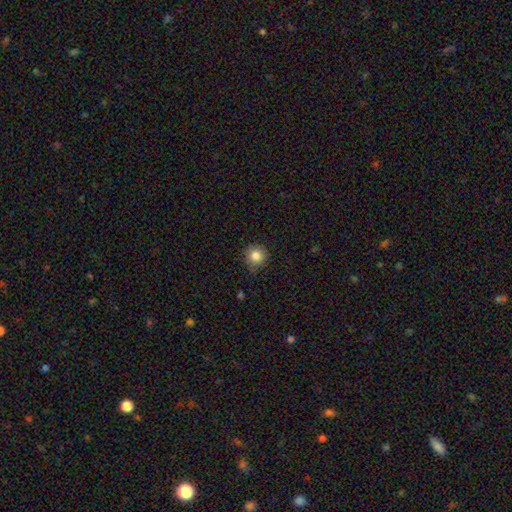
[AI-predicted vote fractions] Smooth or featured? Predicted: smooth (p=0.84). How rounded? Predicted: round (p=0.94). Merging? Predicted: none (p=0.84).